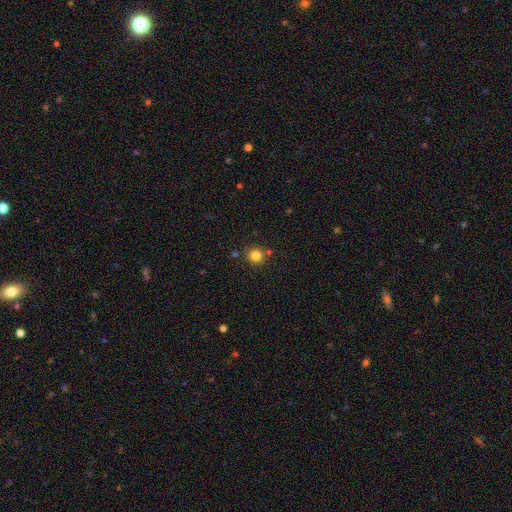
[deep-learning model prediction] Smooth or featured? Predicted: smooth (p=0.82). How rounded? Predicted: round (p=0.93). Merging? Predicted: none (p=0.82).